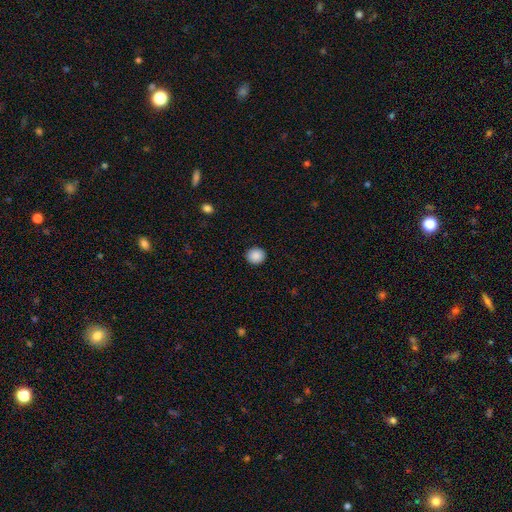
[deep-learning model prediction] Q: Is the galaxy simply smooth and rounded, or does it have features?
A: smooth — 89%.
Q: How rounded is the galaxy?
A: round — 88%.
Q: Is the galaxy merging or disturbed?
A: none — 92%.